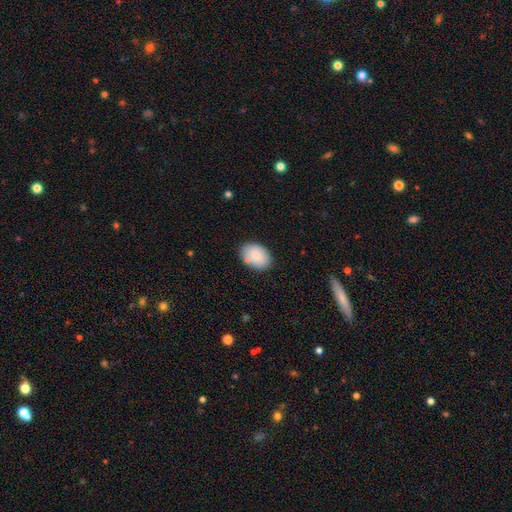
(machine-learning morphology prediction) This appears to be a smooth galaxy with no disk features (85%) that is in between round and cigar-shaped (85%). Merging: none (78%).